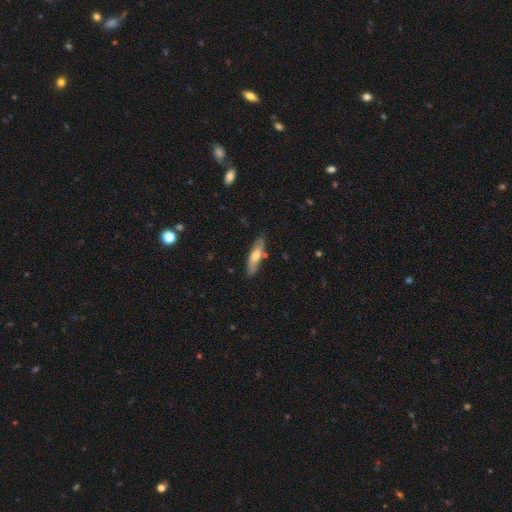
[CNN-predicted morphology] A smooth galaxy with no disk features (57%) that is cigar-shaped (64%). Merging: none (80%).